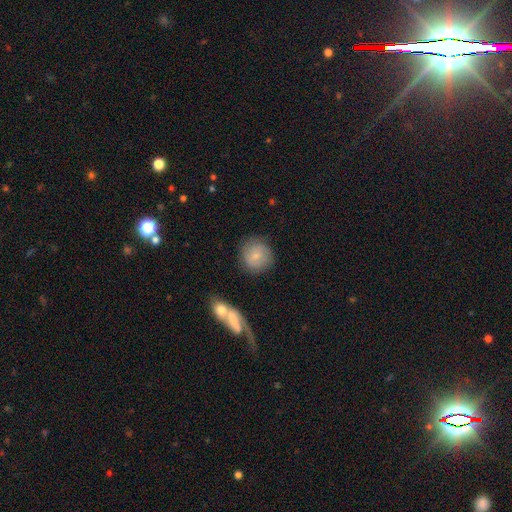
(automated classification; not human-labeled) Smooth or featured? Predicted: smooth (p=0.77). How rounded? Predicted: round (p=0.89). Merging? Predicted: none (p=0.77).